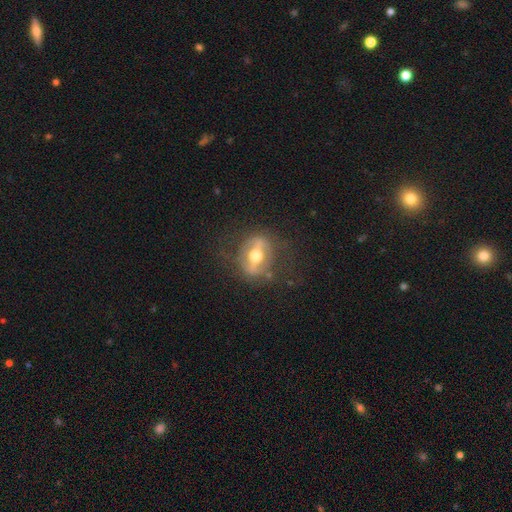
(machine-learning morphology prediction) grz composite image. It shows a featured or disk galaxy (73%) with a strong bar (67%), no spiral arms (73%) and a moderate central bulge (72%). Merging: none (72%).